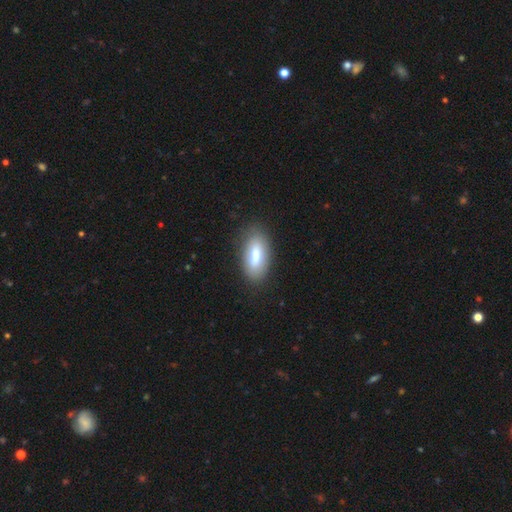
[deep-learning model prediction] smooth-or-featured: smooth: 71% | featured or disk: 21% | star or artifact: 8%
  how-rounded: in between: 83% | cigar-shaped: 14% | round: 3%
  merging: none: 83% | minor disturbance: 12% | major disturbance: 3% | merger: 1%